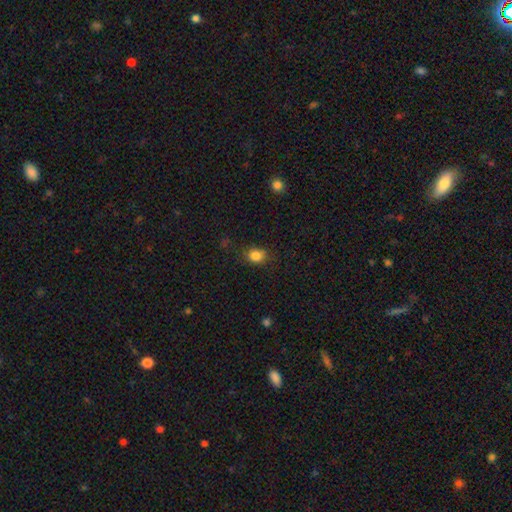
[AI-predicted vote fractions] The model was most divided on "how rounded": round: 53%, in between: 46%, cigar-shaped: 1%. More confident: smooth or featured — smooth (85%); merging — none (80%).